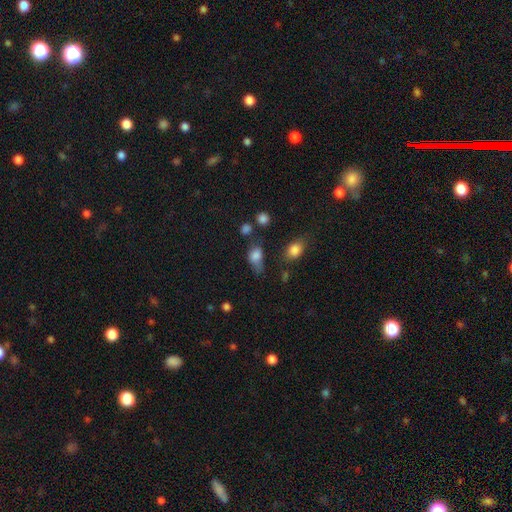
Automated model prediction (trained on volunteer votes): The model was most divided on "merging": none: 36%, minor disturbance: 34%, major disturbance: 22%, merger: 8%. More confident: smooth or featured — smooth (78%); how rounded — in between (74%).